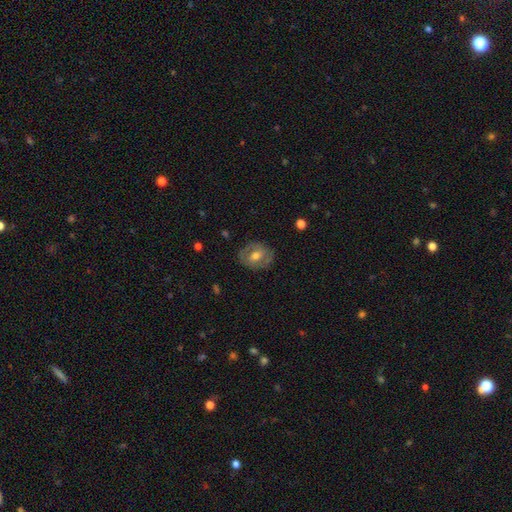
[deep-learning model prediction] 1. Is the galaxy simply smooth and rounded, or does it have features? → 53% featured or disk, 40% smooth, 7% star or artifact.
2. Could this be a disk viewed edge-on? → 95% no, 5% yes.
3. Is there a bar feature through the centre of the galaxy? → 52% no, 36% weak, 12% strong.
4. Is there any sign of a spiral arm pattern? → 53% no, 47% yes.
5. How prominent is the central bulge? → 74% moderate, 15% small, 9% large, 1% none, 1% dominant.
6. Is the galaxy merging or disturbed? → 80% none, 14% minor disturbance, 5% major disturbance, 1% merger.